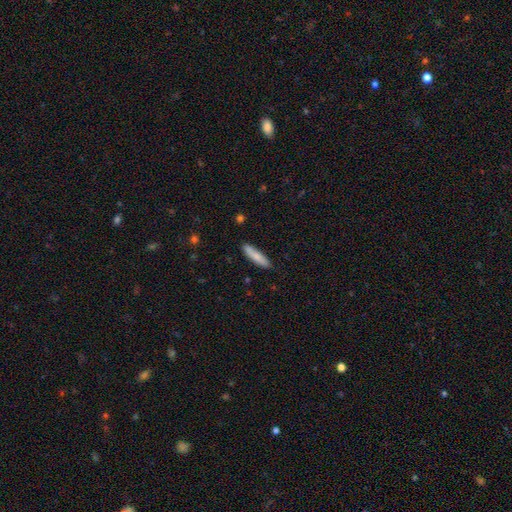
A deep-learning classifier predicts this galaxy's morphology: The model was most divided on "how rounded": cigar-shaped: 77%, in between: 21%, round: 1%. More confident: merging — none (86%); smooth or featured — smooth (79%).